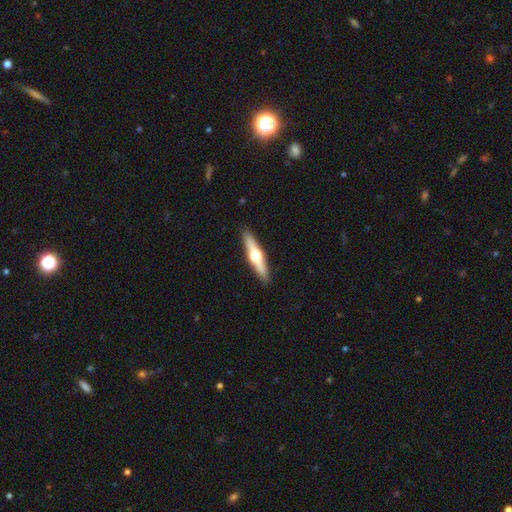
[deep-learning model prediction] Q: Smooth or featured?
A: featured or disk (65%); runner-up: smooth (30%)
Q: Edge-on disk?
A: yes (96%); runner-up: no (4%)
Q: Edge-on bulge?
A: rounded (96%); runner-up: boxy (2%)
Q: Merging?
A: none (92%); runner-up: minor disturbance (6%)